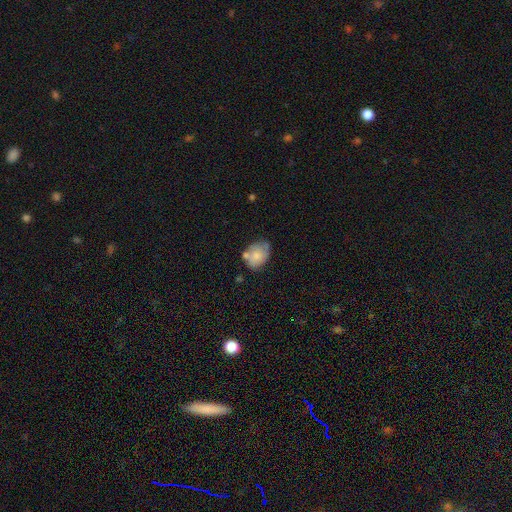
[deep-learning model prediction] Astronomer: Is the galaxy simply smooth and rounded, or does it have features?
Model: smooth — 70%.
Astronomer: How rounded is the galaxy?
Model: in between — 65%.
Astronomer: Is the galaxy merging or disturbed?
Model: none — 49% (runner-up: minor disturbance, 29%).